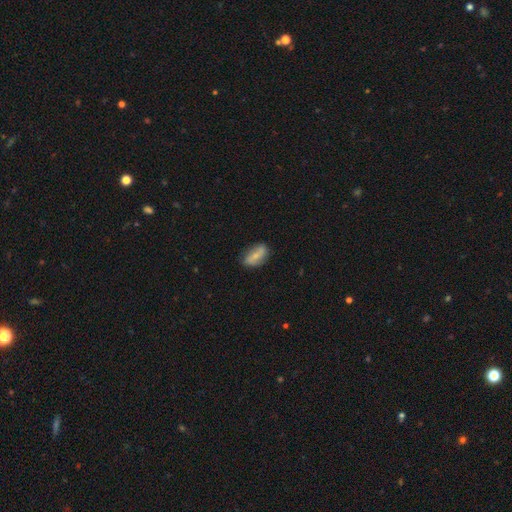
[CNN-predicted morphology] type=smooth (53%); roundness=in between (86%); merging=none (77%).